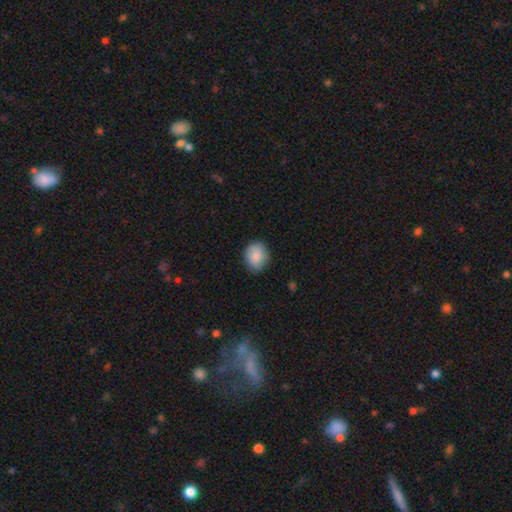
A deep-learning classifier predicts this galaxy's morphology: Smooth or featured? Predicted: smooth (p=0.87). How rounded? Predicted: round (p=0.58). Merging? Predicted: none (p=0.80).